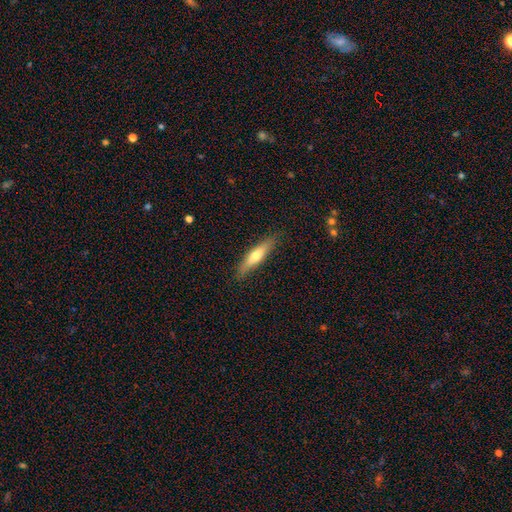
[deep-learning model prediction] smooth 56%, featured or disk 38%, star or artifact 6%. Down the decision tree: how rounded — cigar-shaped (81%); merging — none (87%).